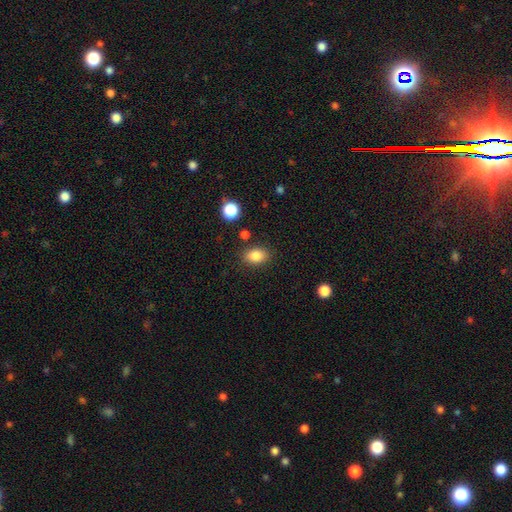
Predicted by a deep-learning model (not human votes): Morphology: type=smooth (84%); roundness=in between (76%); merging=none (83%).